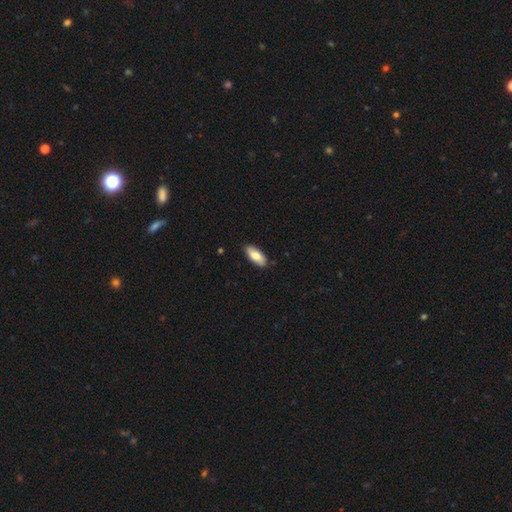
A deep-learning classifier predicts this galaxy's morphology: smooth_or_featured: smooth (p=0.80) [alt: featured or disk p=0.14]
how_rounded: in between (p=0.86) [alt: cigar-shaped p=0.13]
merging: none (p=0.85) [alt: minor disturbance p=0.12]